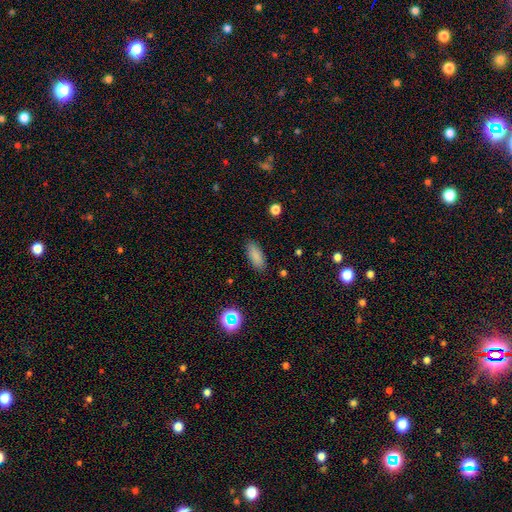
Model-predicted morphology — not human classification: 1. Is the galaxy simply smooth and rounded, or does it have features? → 85% smooth, 10% star or artifact, 5% featured or disk.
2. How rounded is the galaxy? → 76% in between, 21% cigar-shaped, 2% round.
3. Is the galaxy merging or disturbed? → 86% none, 10% minor disturbance, 2% major disturbance, 1% merger.